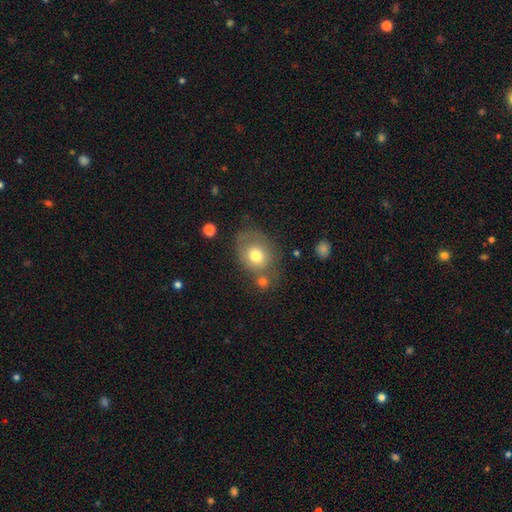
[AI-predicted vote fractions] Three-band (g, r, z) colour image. It shows a smooth galaxy with no disk features (70%) that is round (54%). Merging: none (48%).